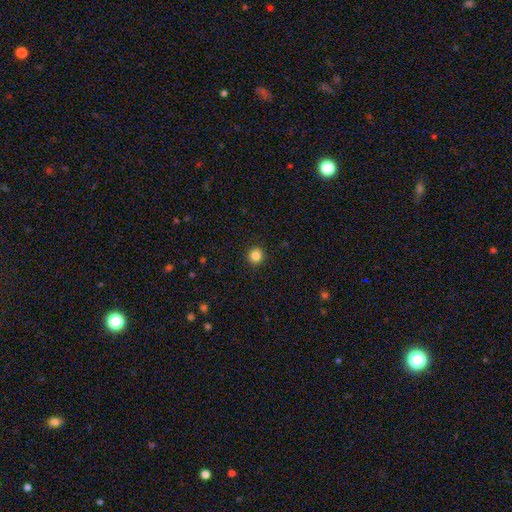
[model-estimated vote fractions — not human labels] Q: Smooth or featured?
A: smooth (84%); runner-up: star or artifact (12%)
Q: How rounded?
A: round (94%); runner-up: in between (5%)
Q: Merging?
A: none (92%); runner-up: minor disturbance (5%)